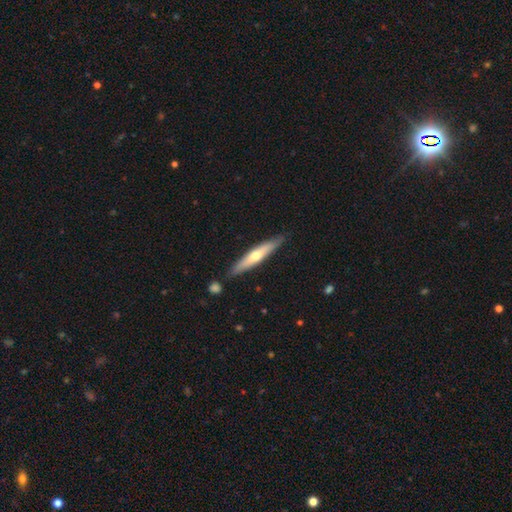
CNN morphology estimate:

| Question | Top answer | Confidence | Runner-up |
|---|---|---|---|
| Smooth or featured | featured or disk | 50% | smooth (45%) |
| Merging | none | 85% | minor disturbance (10%) |